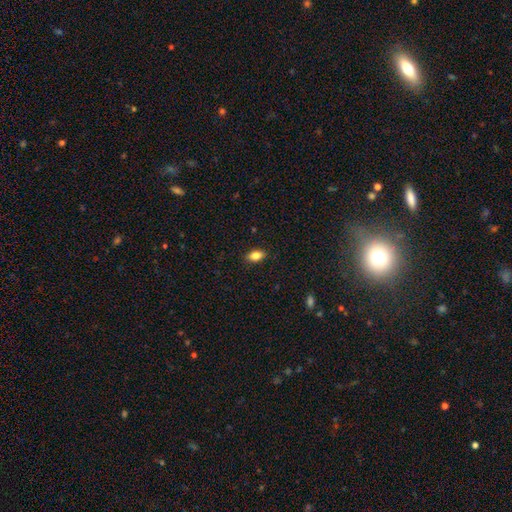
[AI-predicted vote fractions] This appears to be a smooth galaxy with no disk features (83%) that is in between round and cigar-shaped (88%). Merging: none (88%).